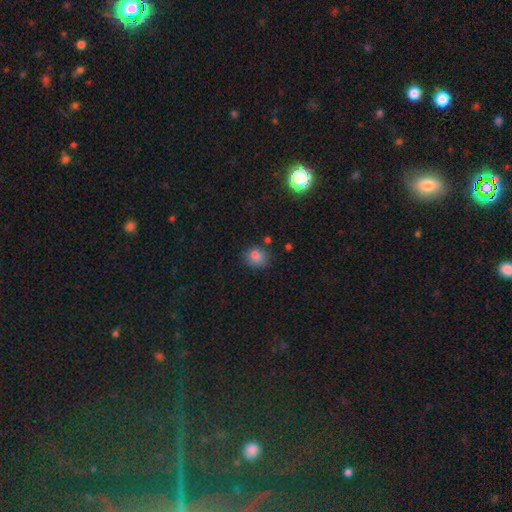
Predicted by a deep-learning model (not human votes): smooth-or-featured: smooth: 80% | star or artifact: 13% | featured or disk: 7%
  how-rounded: round: 59% | in between: 40% | cigar-shaped: 1%
  merging: none: 70% | minor disturbance: 19% | merger: 5% | major disturbance: 5%